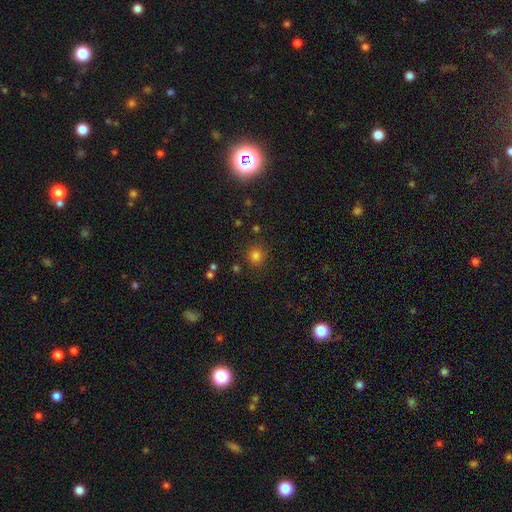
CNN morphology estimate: type=smooth (79%); roundness=round (90%); merging=none (86%).